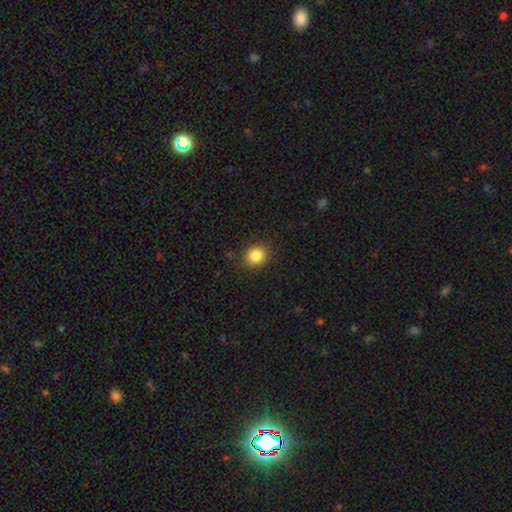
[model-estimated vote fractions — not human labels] smooth_or_featured: smooth (p=0.85) [alt: star or artifact p=0.10]
how_rounded: round (p=0.76) [alt: in between p=0.23]
merging: none (p=0.88) [alt: minor disturbance p=0.08]